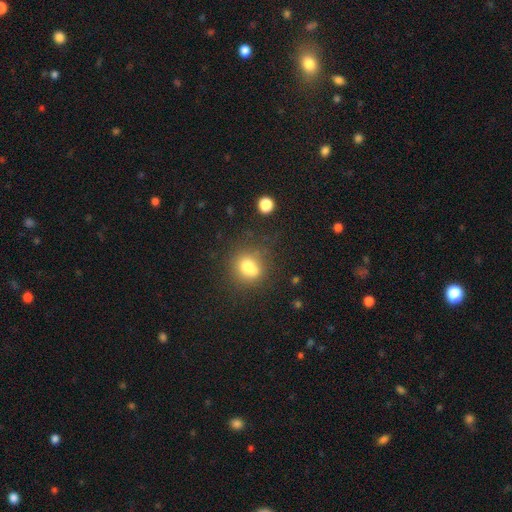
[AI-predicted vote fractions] smooth 61%, star or artifact 34%, featured or disk 5%. Down the decision tree: how rounded — round (90%); merging — none (90%).